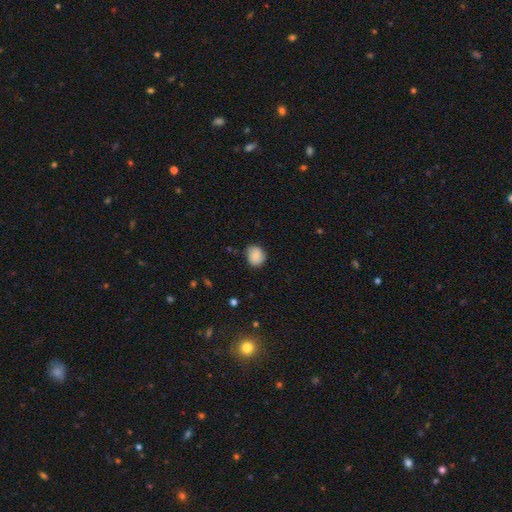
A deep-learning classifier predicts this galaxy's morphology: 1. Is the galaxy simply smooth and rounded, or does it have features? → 84% smooth, 8% star or artifact, 8% featured or disk.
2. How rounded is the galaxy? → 74% round, 25% in between, 1% cigar-shaped.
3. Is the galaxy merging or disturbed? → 74% none, 21% minor disturbance, 4% major disturbance, 1% merger.